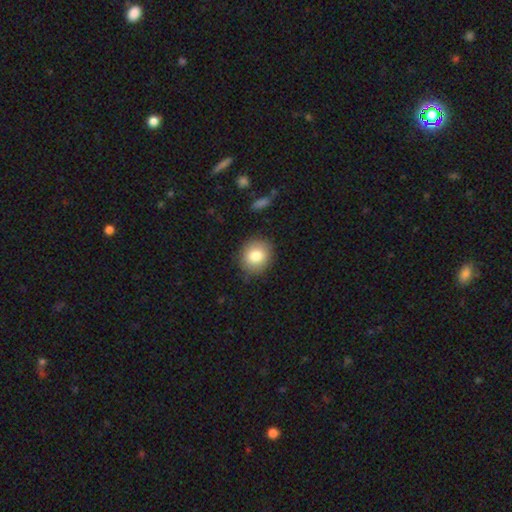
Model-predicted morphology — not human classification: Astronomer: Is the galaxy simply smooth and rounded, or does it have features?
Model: smooth — 81%.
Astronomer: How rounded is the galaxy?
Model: round — 74%.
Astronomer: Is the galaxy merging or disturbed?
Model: none — 86%.